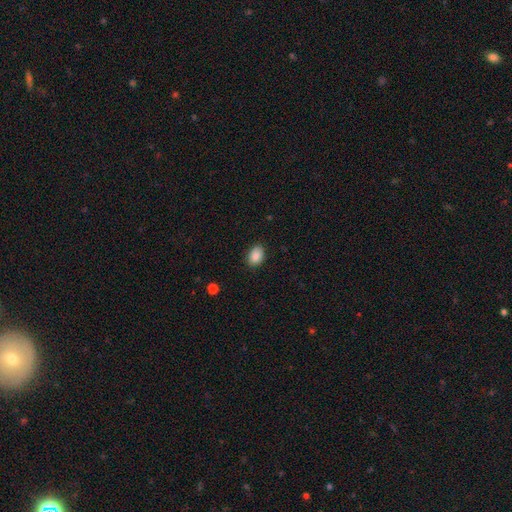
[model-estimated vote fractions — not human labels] A smooth galaxy with no disk features (89%) that is in between round and cigar-shaped (80%). Merging: none (86%).